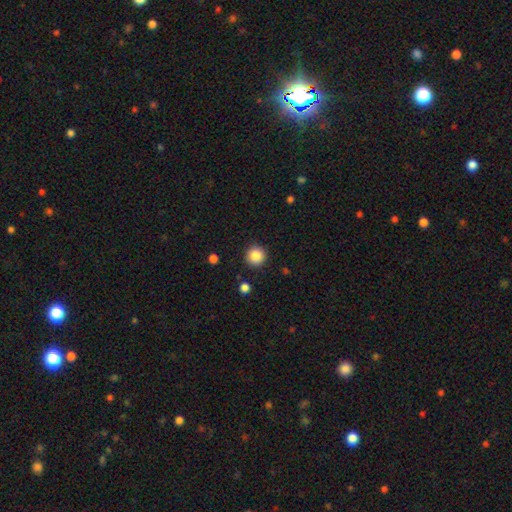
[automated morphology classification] A smooth galaxy with no disk features (86%) that is round (95%). Merging: none (91%).